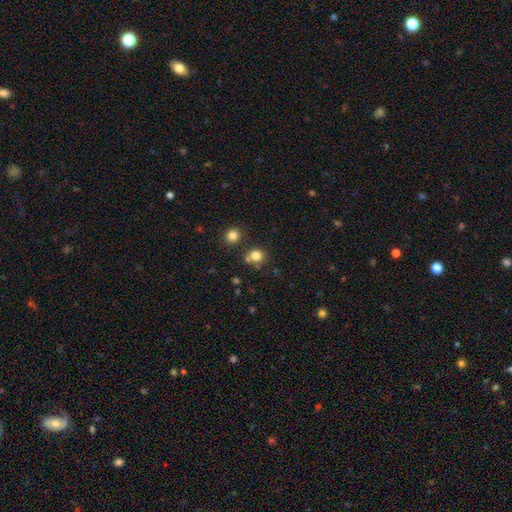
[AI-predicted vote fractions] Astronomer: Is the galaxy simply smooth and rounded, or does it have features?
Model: smooth — 79%.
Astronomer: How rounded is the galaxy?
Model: round — 83%.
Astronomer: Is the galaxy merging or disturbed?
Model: none — 66%.